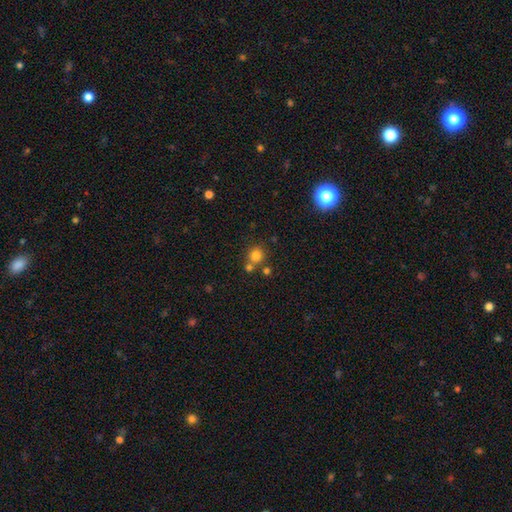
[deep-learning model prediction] smooth_or_featured: smooth (p=0.80) [alt: star or artifact p=0.14]
how_rounded: round (p=0.89) [alt: in between p=0.10]
merging: none (p=0.66) [alt: merger p=0.23]